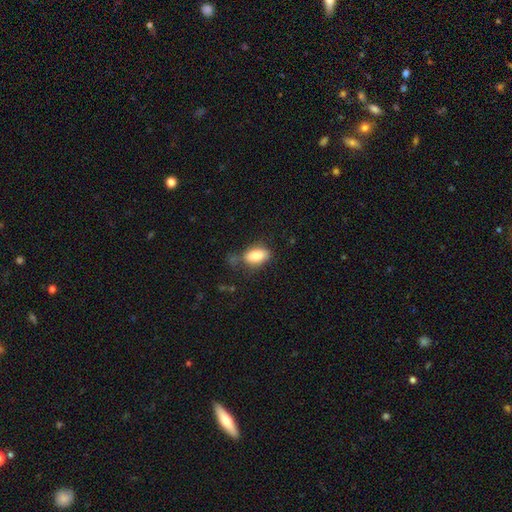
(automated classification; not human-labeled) smooth-or-featured: smooth: 80% | featured or disk: 12% | star or artifact: 8%
  how-rounded: in between: 89% | round: 7% | cigar-shaped: 4%
  merging: none: 65% | minor disturbance: 22% | major disturbance: 8% | merger: 6%